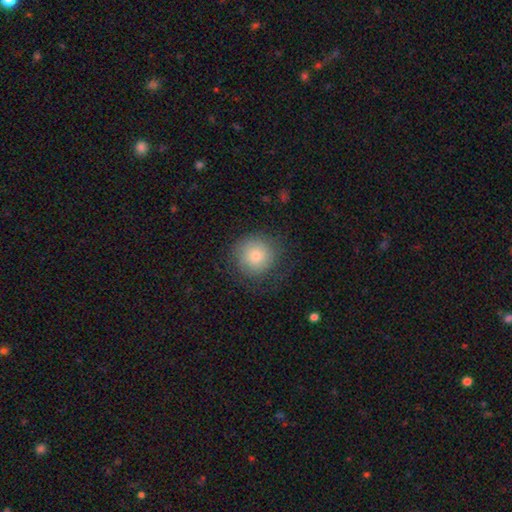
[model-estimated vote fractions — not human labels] Smooth or featured? smooth (75%)
How rounded? round (93%)
Merging? none (75%)